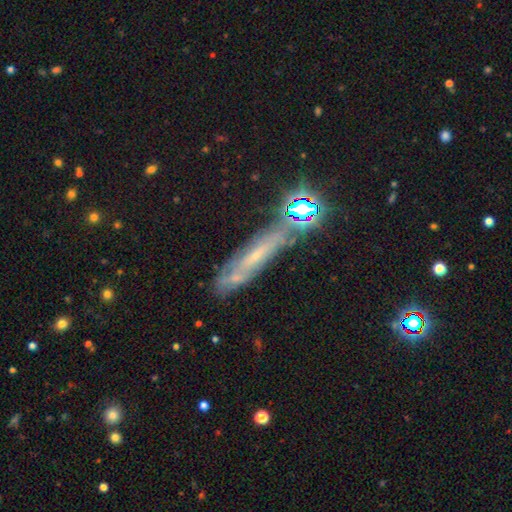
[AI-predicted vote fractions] Smooth or featured: featured or disk — 49% (smooth — 27%)
Merging: none — 68% (minor disturbance — 18%)